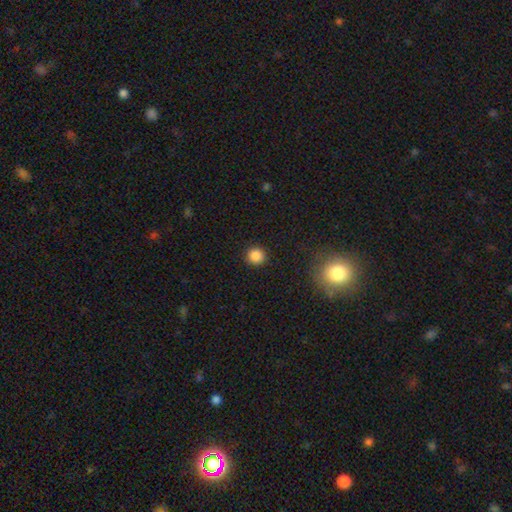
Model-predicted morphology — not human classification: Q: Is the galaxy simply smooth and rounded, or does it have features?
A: smooth — 86%.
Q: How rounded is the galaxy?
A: round — 93%.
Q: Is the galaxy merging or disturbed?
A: none — 92%.